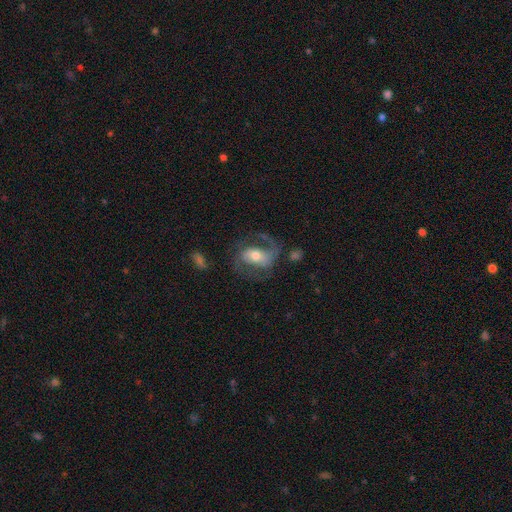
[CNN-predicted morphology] This is likely a featured or disk galaxy (77%). It is clearly not viewed edge-on (96%). Bar: marginally weak (38%). Spiral arm pattern: clearly yes (90%). Spiral arm count: likely 2 (78%). Spiral winding: possibly medium (52%). Central bulge: likely moderate (64%). Merging: possibly none (60%).